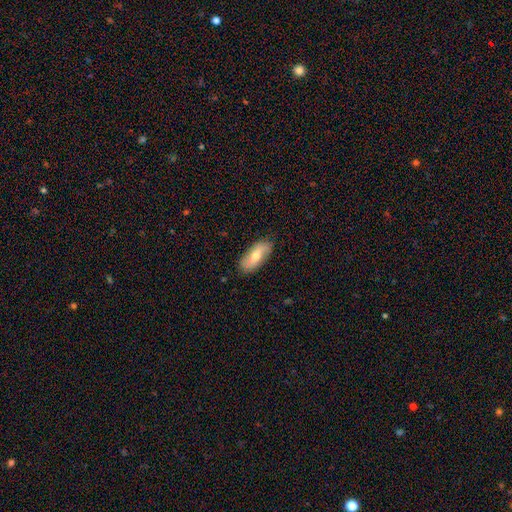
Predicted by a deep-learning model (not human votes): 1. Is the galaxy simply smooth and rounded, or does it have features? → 59% smooth, 35% featured or disk, 6% star or artifact.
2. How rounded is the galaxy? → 77% in between, 20% cigar-shaped, 3% round.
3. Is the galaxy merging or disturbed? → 82% none, 14% minor disturbance, 3% major disturbance, 1% merger.